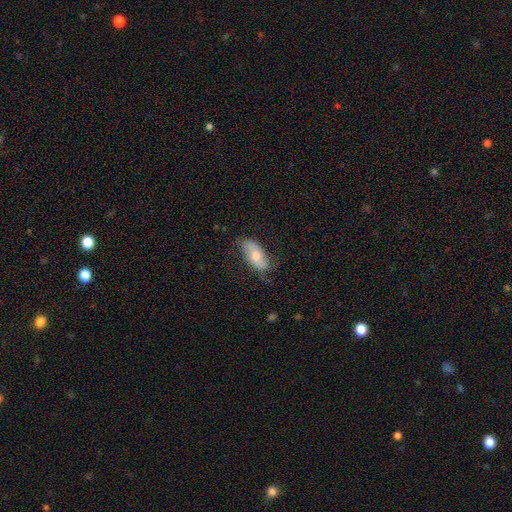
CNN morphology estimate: type=smooth (57%); roundness=in between (85%); merging=none (71%).